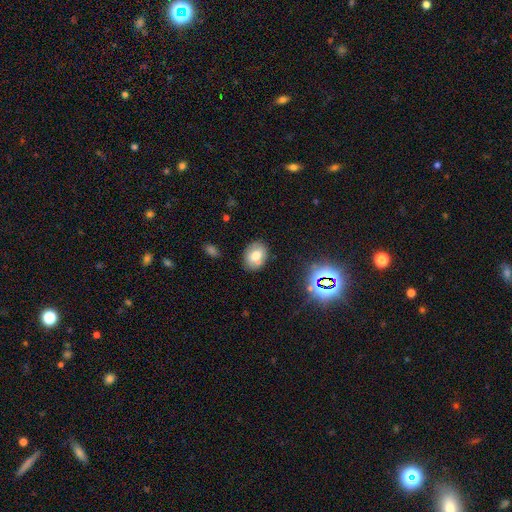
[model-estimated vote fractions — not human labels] Smooth or featured? Predicted: smooth (p=0.66). How rounded? Predicted: in between (p=0.61). Merging? Predicted: none (p=0.68).